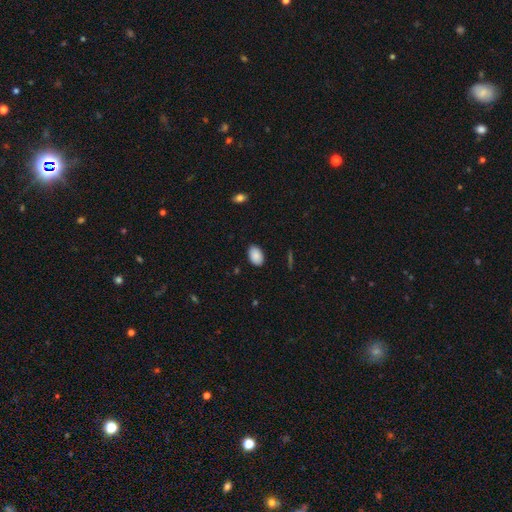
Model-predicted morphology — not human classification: Smooth or featured? smooth (89%)
How rounded? in between (91%)
Merging? none (87%)